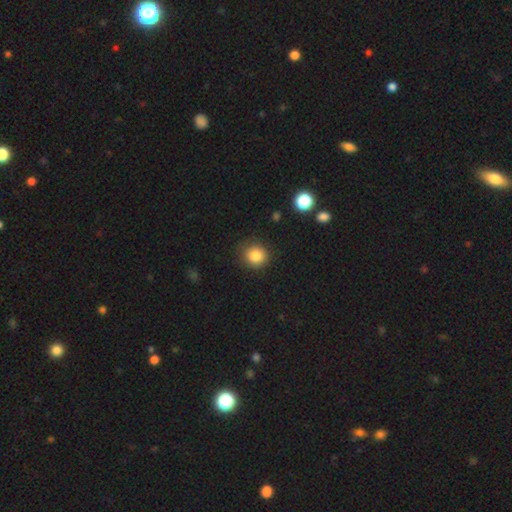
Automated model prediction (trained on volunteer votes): Overall: smooth (84%). How rounded: round (89%). Merging: none (87%).